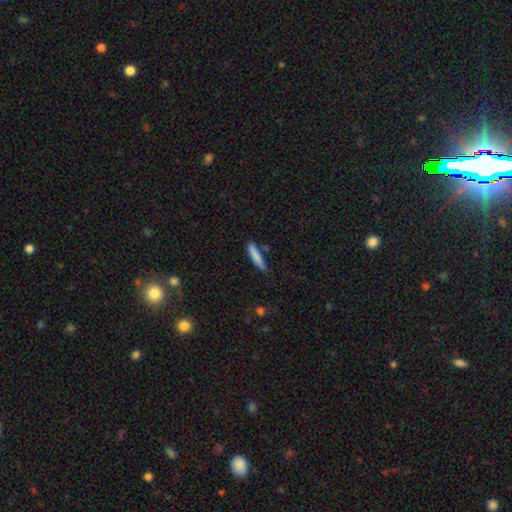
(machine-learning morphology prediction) This appears to be a smooth galaxy with no disk features (82%) that is cigar-shaped (89%). Merging: none (78%).